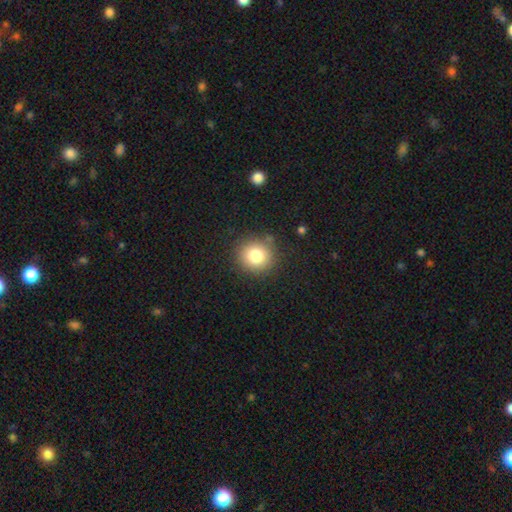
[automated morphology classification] The model was most divided on "smooth or featured": smooth: 80%, star or artifact: 12%, featured or disk: 8%. More confident: how rounded — round (90%); merging — none (86%).